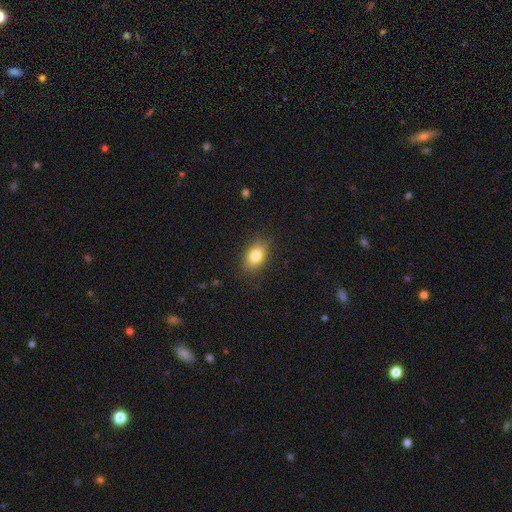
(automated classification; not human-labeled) Overall: smooth (82%). How rounded: in between (83%). Merging: none (86%).